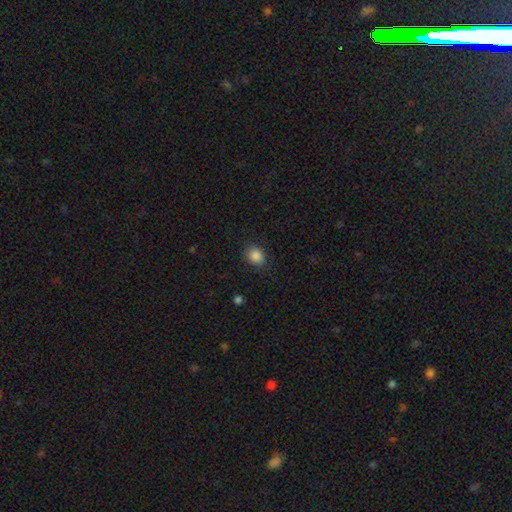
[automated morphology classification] type=smooth (87%); roundness=round (56%); merging=none (84%).